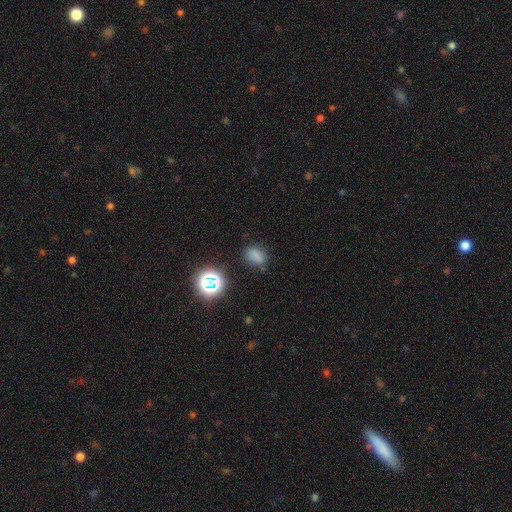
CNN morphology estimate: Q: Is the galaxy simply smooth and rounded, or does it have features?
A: smooth — 72%.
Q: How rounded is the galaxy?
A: in between — 65%.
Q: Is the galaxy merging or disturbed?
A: none — 75%.